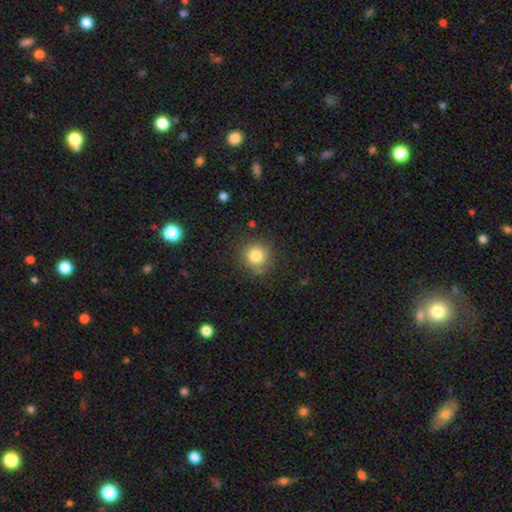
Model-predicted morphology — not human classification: Overall: smooth (80%). How rounded: round (92%). Merging: none (81%).